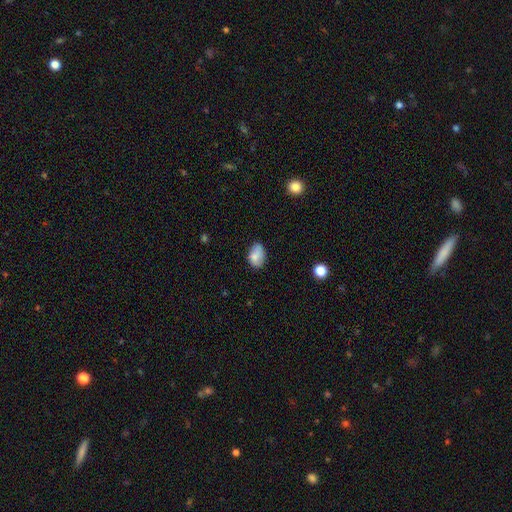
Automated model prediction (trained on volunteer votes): The model was most divided on "merging": none: 60%, minor disturbance: 30%, major disturbance: 7%, merger: 3%. More confident: how rounded — in between (83%); smooth or featured — smooth (77%).